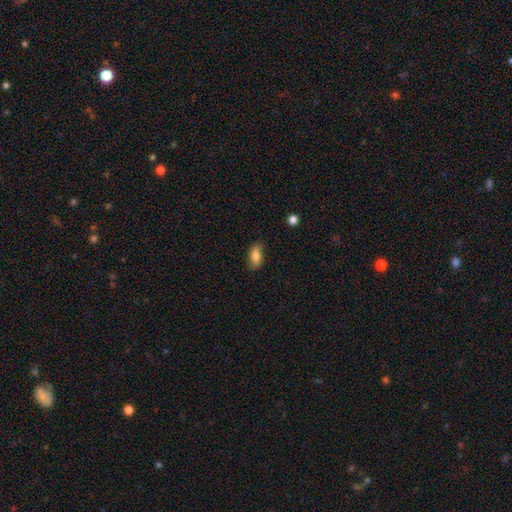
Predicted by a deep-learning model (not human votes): Smooth or featured?
  - smooth: 82% *
  - featured or disk: 10%
  - star or artifact: 7%
How rounded?
  - in between: 87% *
  - cigar-shaped: 9%
  - round: 4%
Merging?
  - none: 81% *
  - minor disturbance: 14%
  - major disturbance: 3%
  - merger: 1%